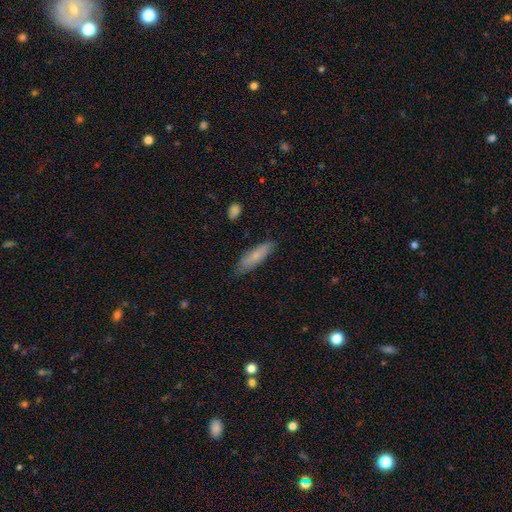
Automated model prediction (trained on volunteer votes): A smooth galaxy with no disk features (76%) that is cigar-shaped (64%). Merging: none (82%).